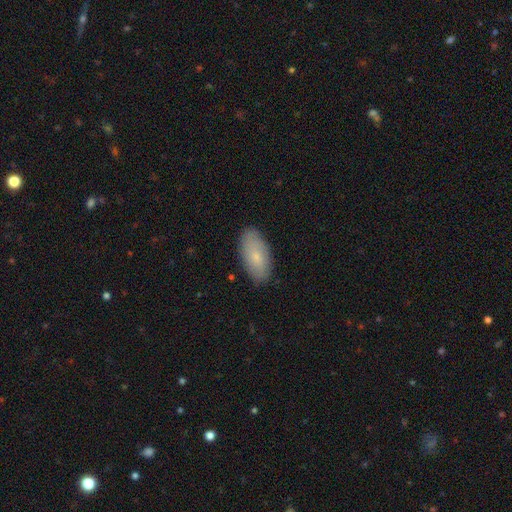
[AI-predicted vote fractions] smooth-or-featured: smooth: 75% | featured or disk: 19% | star or artifact: 6%
  how-rounded: in between: 91% | cigar-shaped: 6% | round: 2%
  merging: none: 86% | minor disturbance: 11% | major disturbance: 2% | merger: 1%